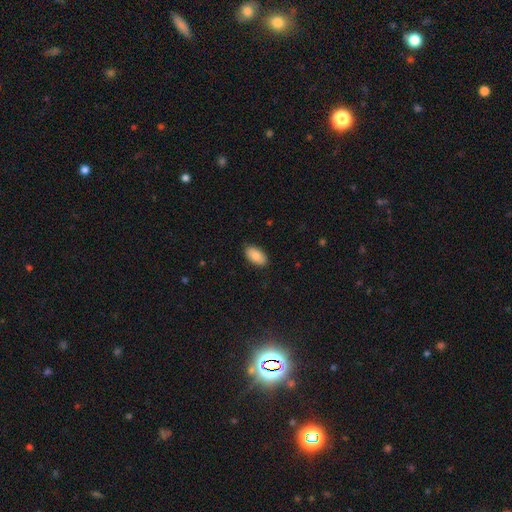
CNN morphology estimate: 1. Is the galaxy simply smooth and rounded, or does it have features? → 87% smooth, 7% featured or disk, 6% star or artifact.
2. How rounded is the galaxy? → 95% in between, 3% round, 2% cigar-shaped.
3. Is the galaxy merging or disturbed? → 88% none, 9% minor disturbance, 2% major disturbance, 1% merger.